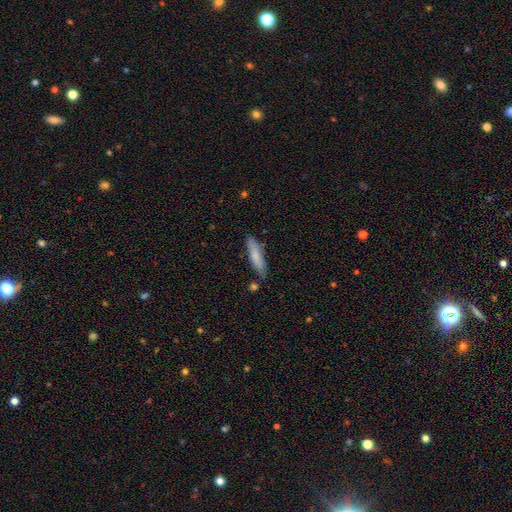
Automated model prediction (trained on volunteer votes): smooth 77%, featured or disk 17%, star or artifact 6%. Down the decision tree: how rounded — cigar-shaped (80%); merging — none (80%).